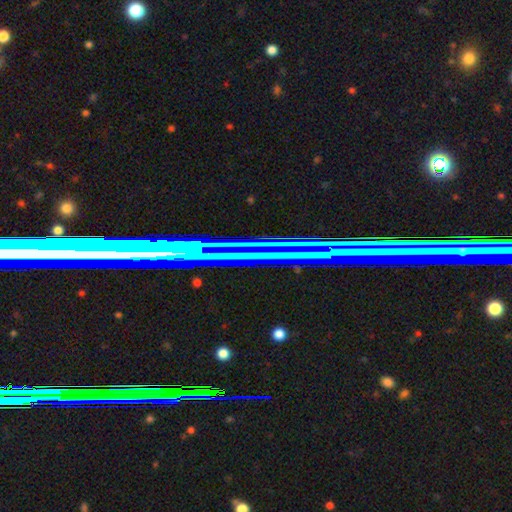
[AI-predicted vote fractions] This is likely a star or artifact rather than a galaxy (69%).